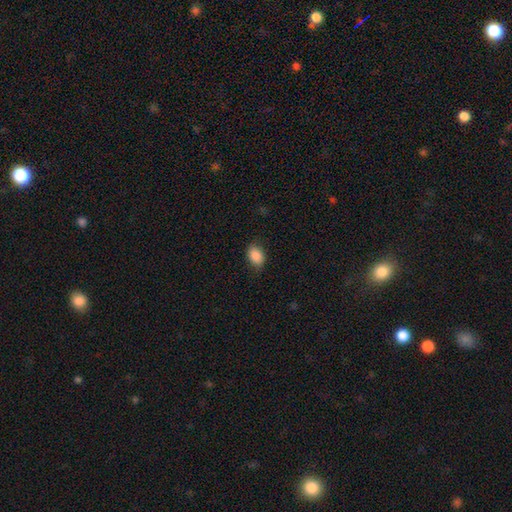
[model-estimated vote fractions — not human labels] The model was most divided on "how rounded": in between: 76%, round: 23%, cigar-shaped: 1%. More confident: smooth or featured — smooth (88%); merging — none (81%).